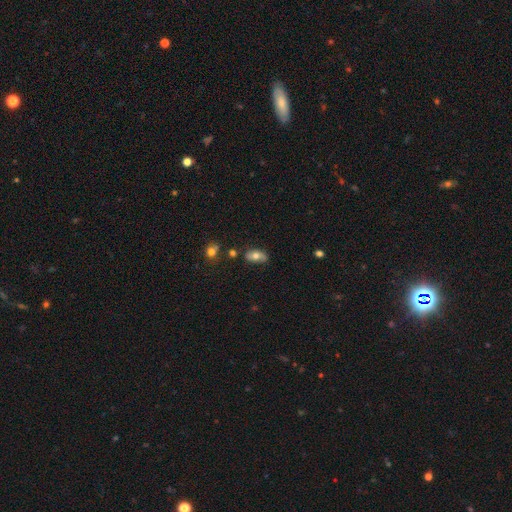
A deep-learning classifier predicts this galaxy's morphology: A smooth galaxy with no disk features (63%) that is in between round and cigar-shaped (89%). Merging: none (65%).